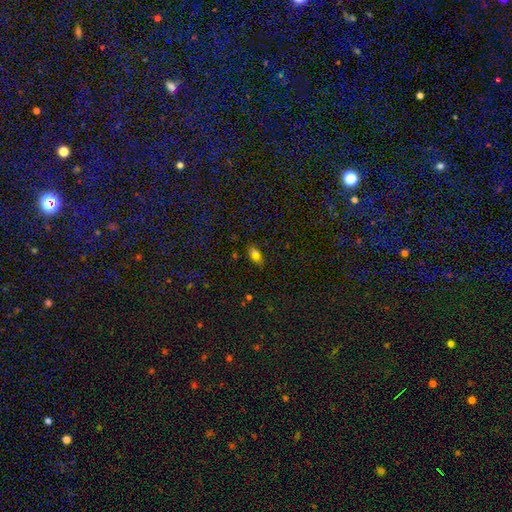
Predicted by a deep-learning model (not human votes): This appears to be a smooth galaxy with no disk features (74%) that is in between round and cigar-shaped (86%). Merging: none (75%).